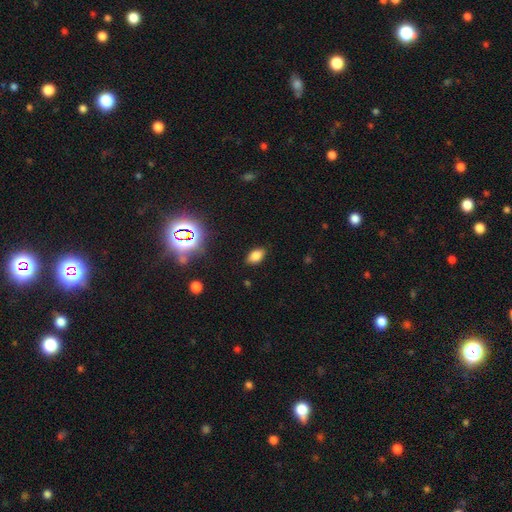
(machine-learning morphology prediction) Q: Smooth or featured?
A: smooth (76%); runner-up: star or artifact (16%)
Q: How rounded?
A: in between (90%); runner-up: round (7%)
Q: Merging?
A: none (86%); runner-up: minor disturbance (10%)